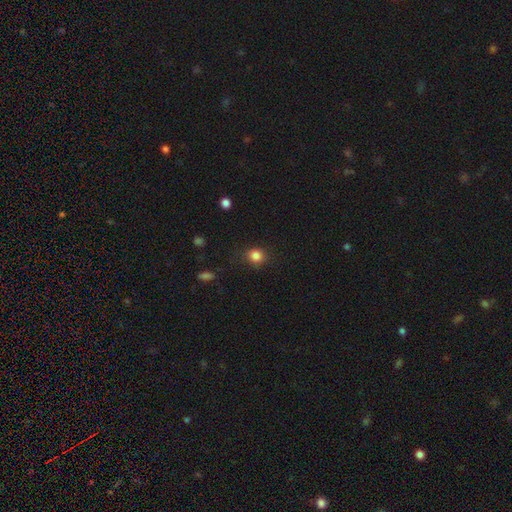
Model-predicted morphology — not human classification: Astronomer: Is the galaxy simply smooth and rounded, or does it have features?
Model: smooth — 84%.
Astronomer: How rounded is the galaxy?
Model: round — 81%.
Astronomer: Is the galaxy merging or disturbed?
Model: none — 82%.